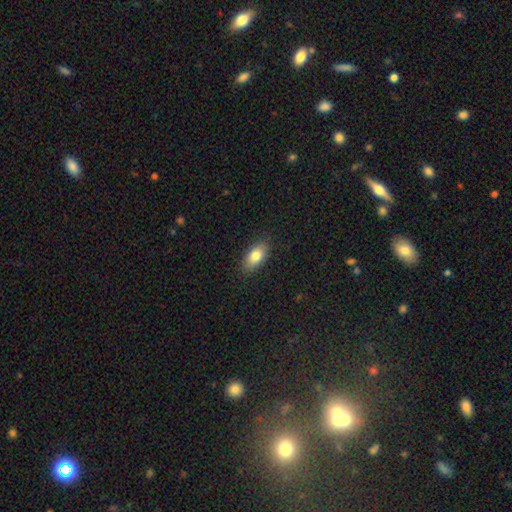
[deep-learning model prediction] Smooth or featured?
  - smooth: 81% *
  - featured or disk: 12%
  - star or artifact: 7%
How rounded?
  - in between: 90% *
  - cigar-shaped: 6%
  - round: 4%
Merging?
  - none: 87% *
  - minor disturbance: 10%
  - major disturbance: 2%
  - merger: 1%